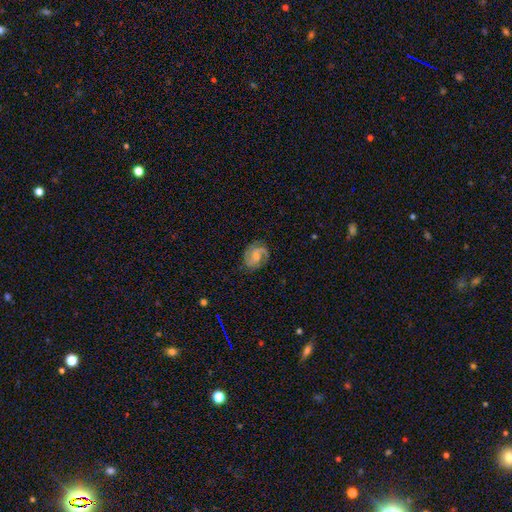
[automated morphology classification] Smooth or featured: featured or disk — 75% (smooth — 18%)
Edge-on disk: no — 98% (yes — 2%)
Bar: weak — 51% (no — 37%)
Spiral arms: yes — 94% (no — 6%)
Spiral winding: medium — 49% (loose — 27%)
Spiral arm count: 2 — 73% (1 — 11%)
Bulge size: small — 39% (moderate — 36%)
Merging: none — 71% (minor disturbance — 18%)